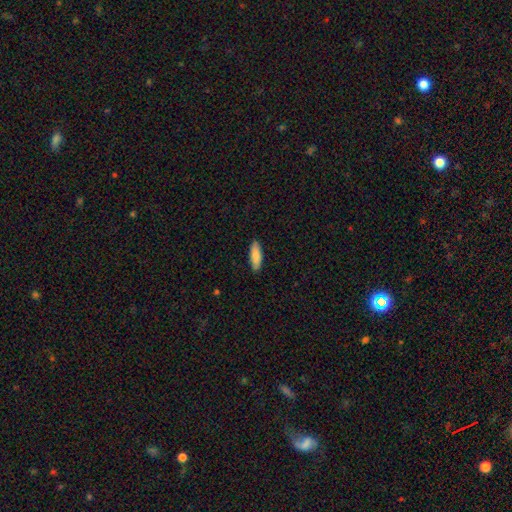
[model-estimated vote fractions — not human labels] smooth_or_featured: smooth (p=0.84) [alt: featured or disk p=0.10]
how_rounded: in between (p=0.57) [alt: cigar-shaped p=0.42]
merging: none (p=0.88) [alt: minor disturbance p=0.10]